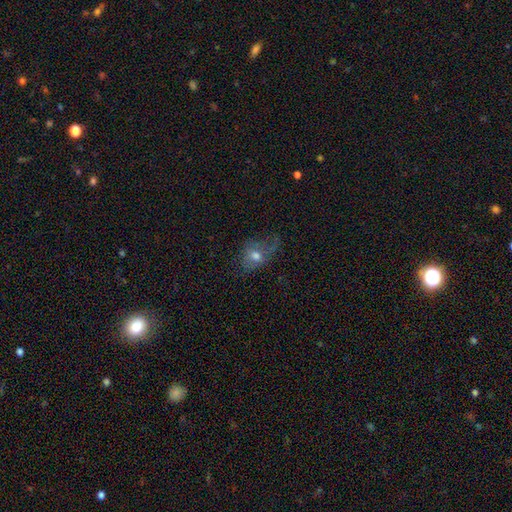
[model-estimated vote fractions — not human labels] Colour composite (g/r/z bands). It shows a smooth galaxy with no disk features (56%) that is in between round and cigar-shaped (59%). Merging: none (39%).